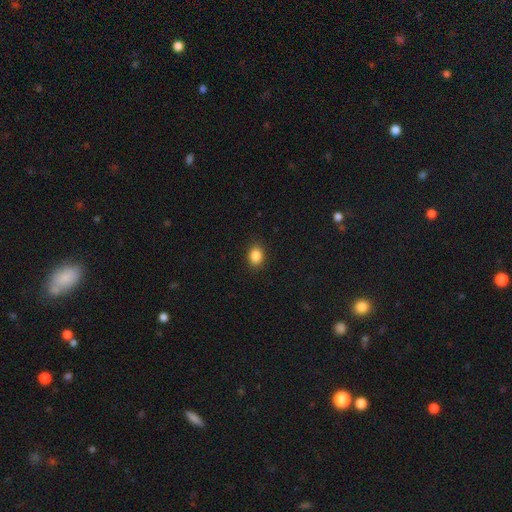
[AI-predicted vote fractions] Smooth or featured? smooth (87%)
How rounded? in between (67%)
Merging? none (89%)